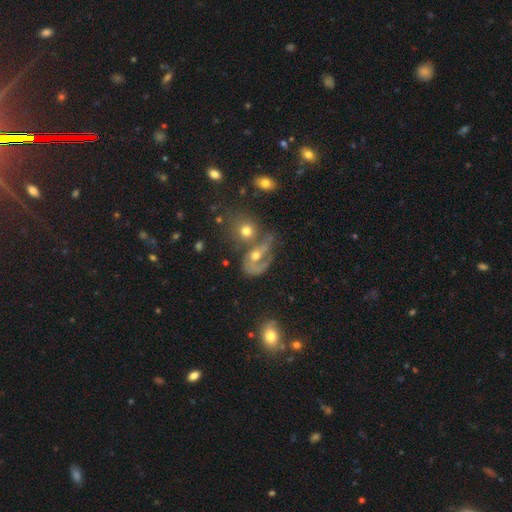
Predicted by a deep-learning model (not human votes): featured or disk 56%, smooth 32%, star or artifact 12%. Down the decision tree: edge-on disk — no (95%); bar — no (68%); spiral arms — yes (66%); bulge size — moderate (66%); merging — merger (39%).